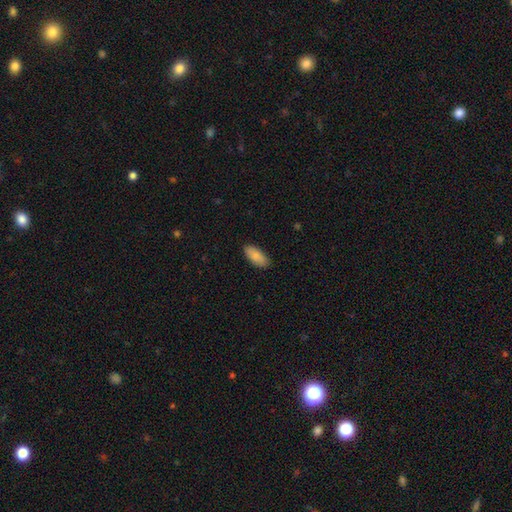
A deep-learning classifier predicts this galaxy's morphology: Smooth or featured? Predicted: smooth (p=0.87). How rounded? Predicted: in between (p=0.90). Merging? Predicted: none (p=0.87).